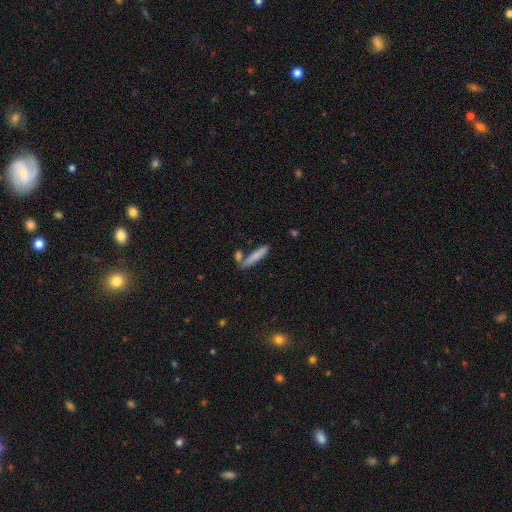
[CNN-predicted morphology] Smooth or featured? Predicted: smooth (p=0.78). How rounded? Predicted: cigar-shaped (p=0.86). Merging? Predicted: none (p=0.66).